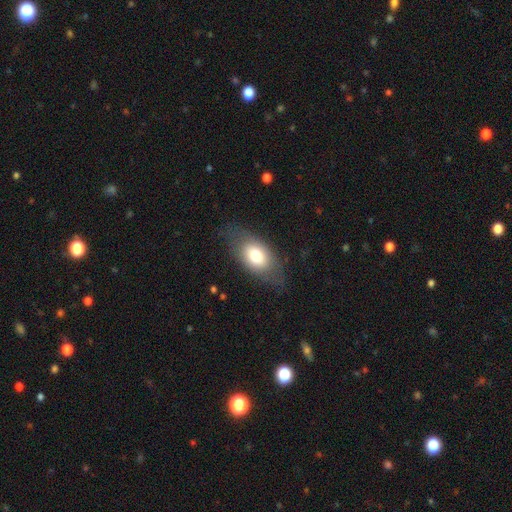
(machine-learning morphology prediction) This appears to be a smooth galaxy with no disk features (70%) that is in between round and cigar-shaped (87%). Merging: none (72%).